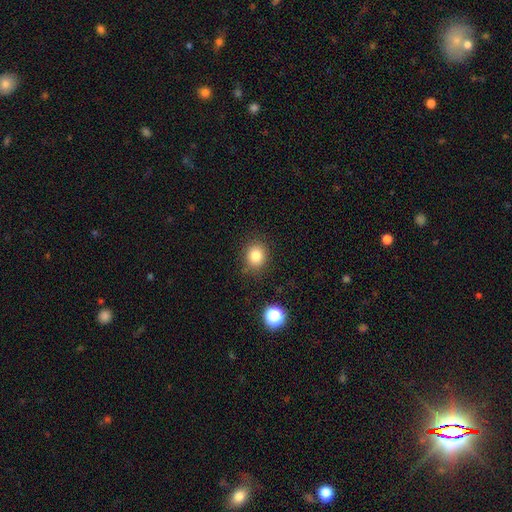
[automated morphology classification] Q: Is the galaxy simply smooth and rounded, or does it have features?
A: smooth — 83%.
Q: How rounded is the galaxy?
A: round — 68%.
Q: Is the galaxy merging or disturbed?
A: none — 85%.